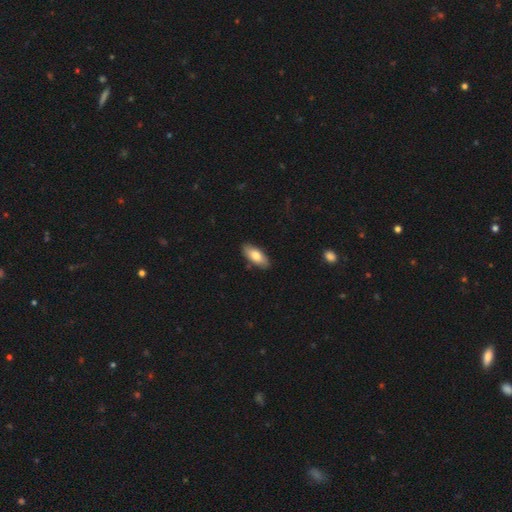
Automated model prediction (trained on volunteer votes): A smooth galaxy with no disk features (76%) that is in between round and cigar-shaped (85%). Merging: none (86%).